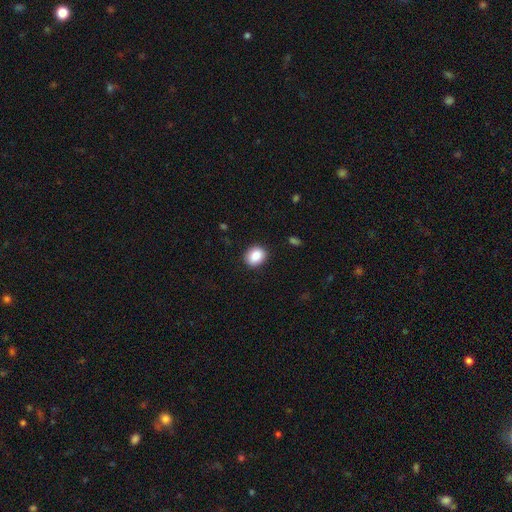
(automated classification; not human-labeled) A smooth galaxy with no disk features (87%) that is round (58%).

Vote fractions:
- Smooth or featured? smooth: 87% / star or artifact: 8% / featured or disk: 5%
- How rounded? round: 58% / in between: 41% / cigar-shaped: 1%
- Merging? none: 89% / minor disturbance: 8% / major disturbance: 2% / merger: 1%